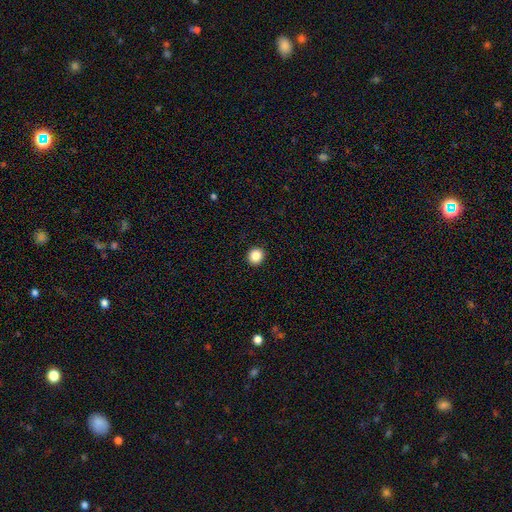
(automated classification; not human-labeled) smooth 86%, star or artifact 10%, featured or disk 4%. Down the decision tree: how rounded — round (87%); merging — none (93%).